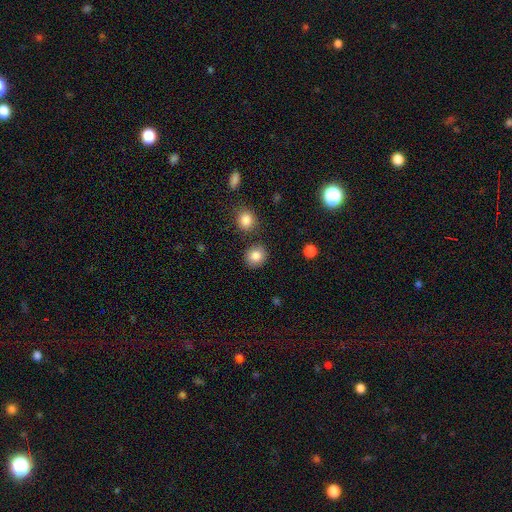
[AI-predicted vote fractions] A smooth galaxy with no disk features (85%) that is round (83%).

Vote fractions:
- Smooth or featured? smooth: 85% / star or artifact: 9% / featured or disk: 6%
- How rounded? round: 83% / in between: 16% / cigar-shaped: 1%
- Merging? none: 83% / minor disturbance: 9% / merger: 6% / major disturbance: 3%